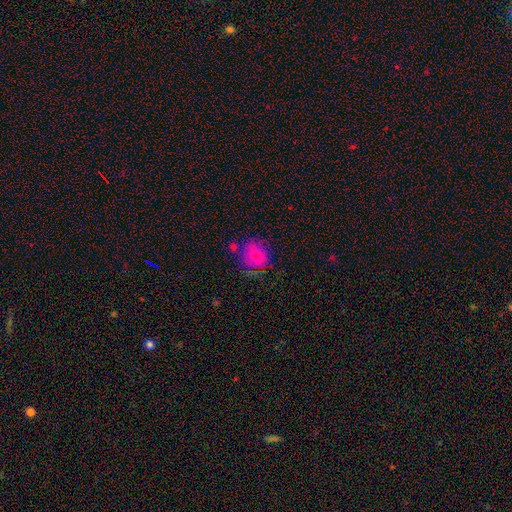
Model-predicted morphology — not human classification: This is likely a smooth galaxy (78%). How rounded: clearly round (81%). Merging: likely none (67%).